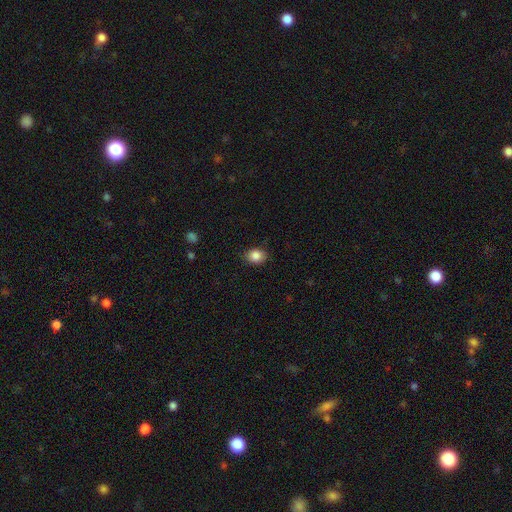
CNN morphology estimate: Overall: smooth (86%). How rounded: in between (50%; round 49%). Merging: none (86%).